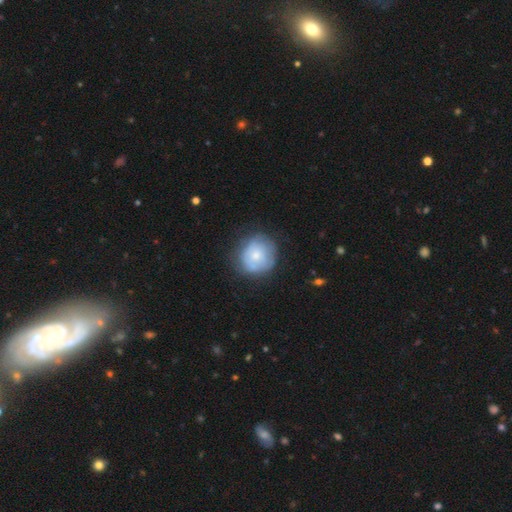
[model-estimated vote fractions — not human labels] smooth-or-featured: smooth: 62% | featured or disk: 31% | star or artifact: 7%
  how-rounded: round: 89% | in between: 10% | cigar-shaped: 1%
  merging: none: 66% | minor disturbance: 22% | major disturbance: 9% | merger: 2%